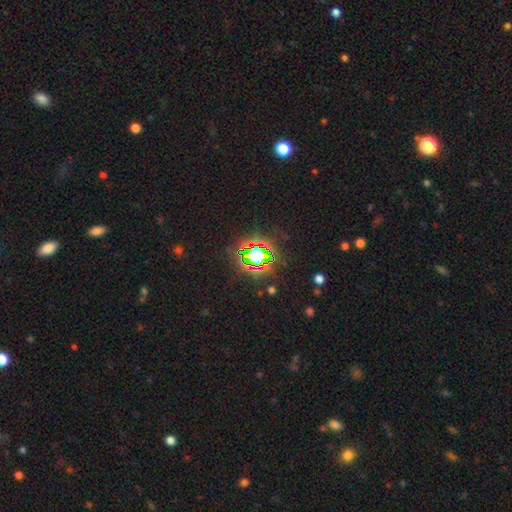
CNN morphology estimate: A star or artifact, not a galaxy (71%).

Vote fractions:
- Smooth or featured? star or artifact: 71% / smooth: 18% / featured or disk: 11%